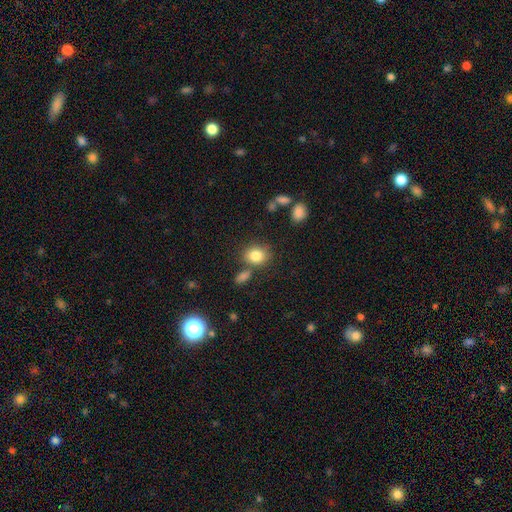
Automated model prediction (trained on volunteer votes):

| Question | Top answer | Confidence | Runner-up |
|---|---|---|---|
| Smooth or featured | smooth | 83% | star or artifact (9%) |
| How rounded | round | 52% | in between (46%) |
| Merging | none | 68% | merger (14%) |